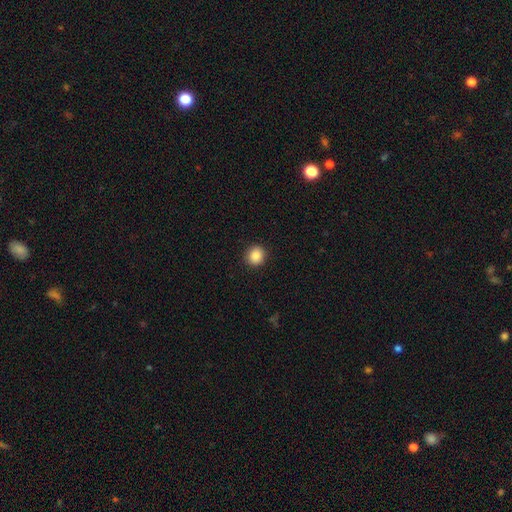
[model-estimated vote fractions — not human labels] Morphology: type=smooth (88%); roundness=round (89%); merging=none (92%).